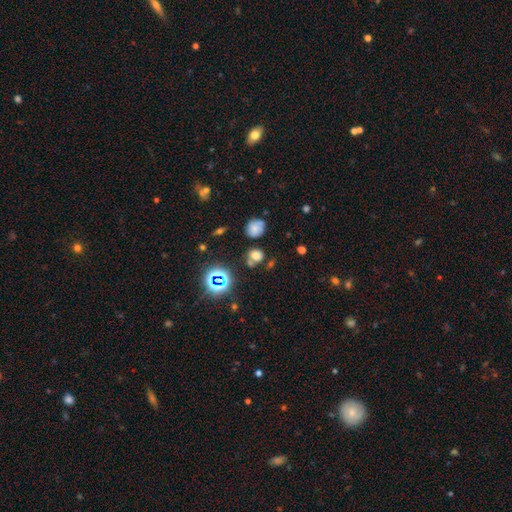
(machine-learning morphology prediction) type=smooth (62%); roundness=round (67%); merging=none (65%).